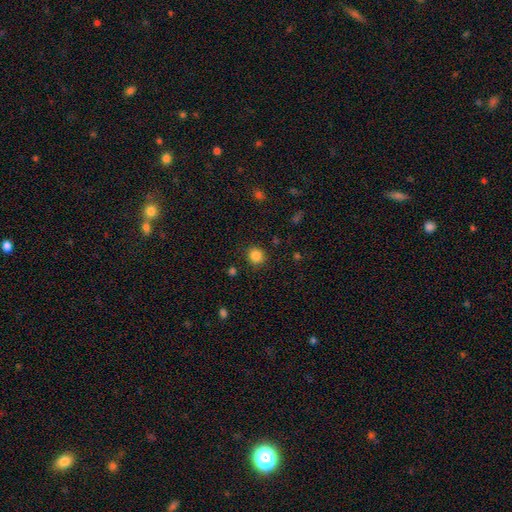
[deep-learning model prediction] Smooth or featured? Predicted: smooth (p=0.85). How rounded? Predicted: round (p=0.85). Merging? Predicted: none (p=0.88).